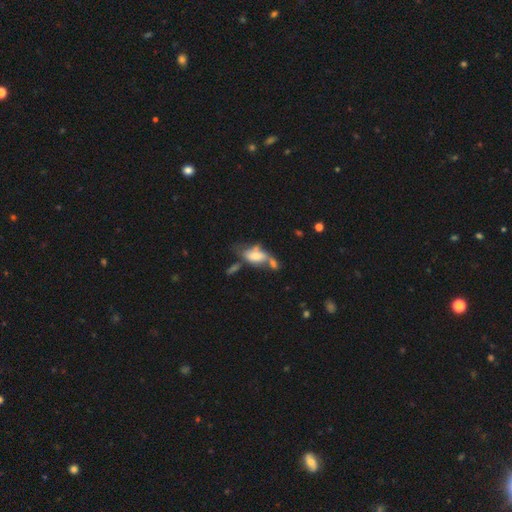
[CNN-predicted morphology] Smooth or featured? smooth (51%)
How rounded? in between (87%)
Merging? merger (41%)